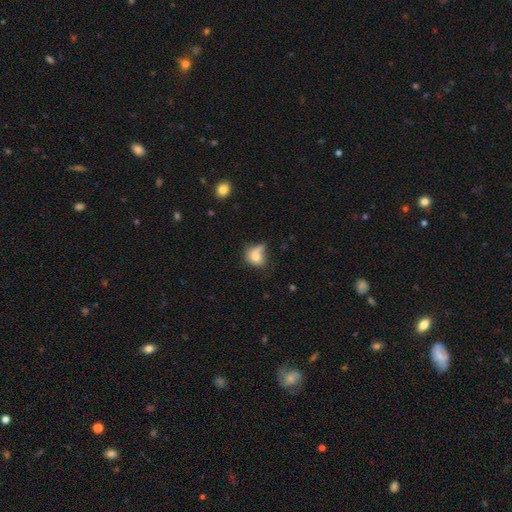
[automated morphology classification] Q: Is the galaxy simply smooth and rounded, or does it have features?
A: smooth — 72%.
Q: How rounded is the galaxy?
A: in between — 51%.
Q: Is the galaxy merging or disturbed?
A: none — 37%.